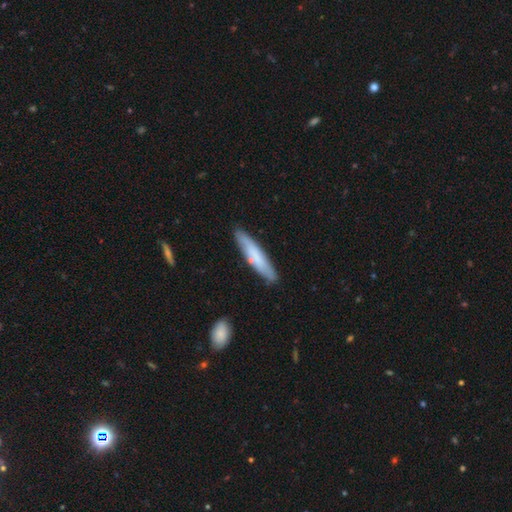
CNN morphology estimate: A smooth galaxy with no disk features (69%) that is cigar-shaped (88%). Merging: none (85%).